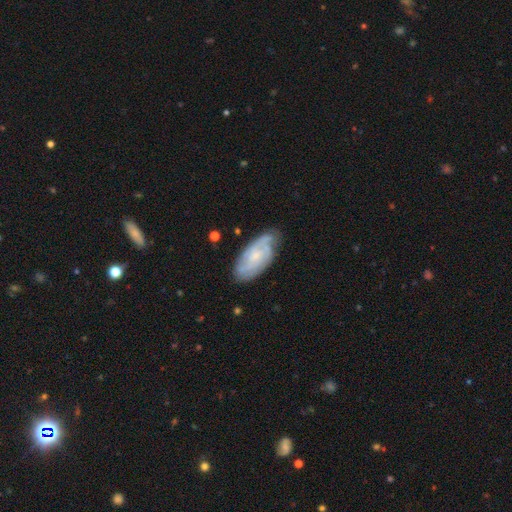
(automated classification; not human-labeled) featured or disk 70%, smooth 24%, star or artifact 6%. Down the decision tree: edge-on disk — no (94%); bar — no (65%); spiral arms — yes (92%); spiral arm count — can't tell (38%); spiral winding — tight (54%); bulge size — small (63%); merging — none (72%).